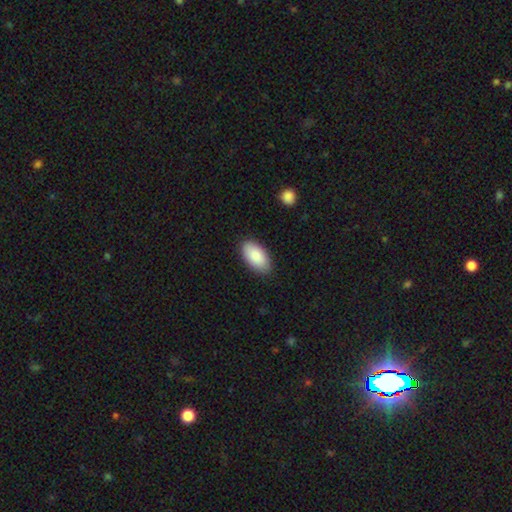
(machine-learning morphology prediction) type=smooth (87%); roundness=in between (96%); merging=none (87%).